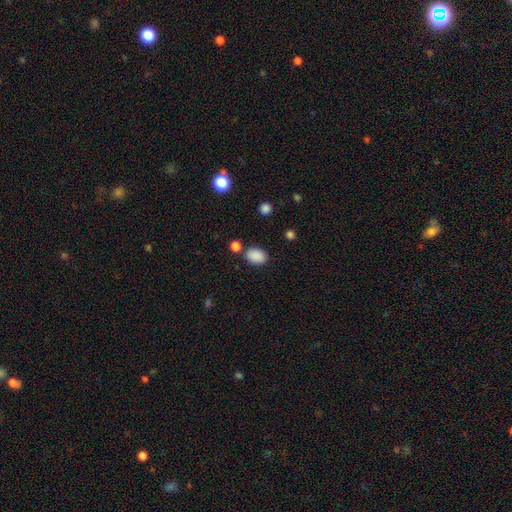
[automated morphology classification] smooth 88%, star or artifact 9%, featured or disk 3%. Down the decision tree: how rounded — in between (82%); merging — none (79%).